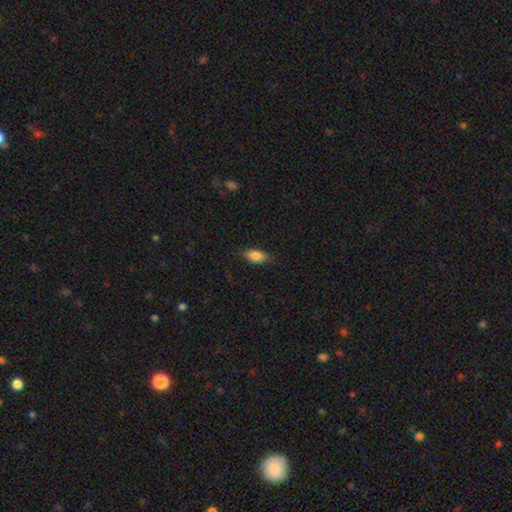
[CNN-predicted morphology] Overall: smooth (82%). How rounded: in between (85%). Merging: none (82%).